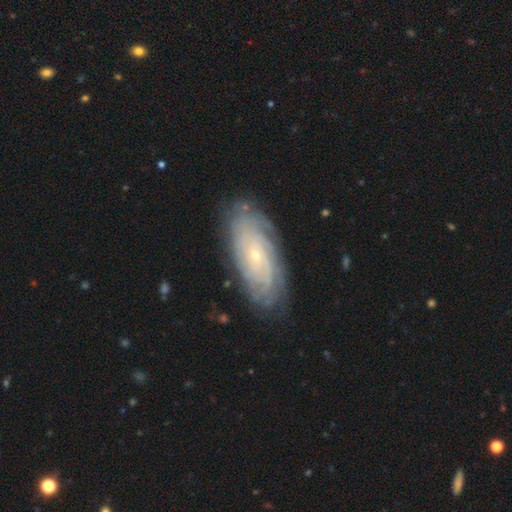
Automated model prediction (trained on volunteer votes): Q: Smooth or featured?
A: featured or disk (79%); runner-up: smooth (15%)
Q: Edge-on disk?
A: no (92%); runner-up: yes (8%)
Q: Bar?
A: no (79%); runner-up: weak (17%)
Q: Spiral arms?
A: yes (92%); runner-up: no (8%)
Q: Spiral winding?
A: tight (80%); runner-up: medium (15%)
Q: Spiral arm count?
A: can't tell (51%); runner-up: 4 (14%)
Q: Bulge size?
A: small (85%); runner-up: moderate (12%)
Q: Merging?
A: none (80%); runner-up: minor disturbance (14%)